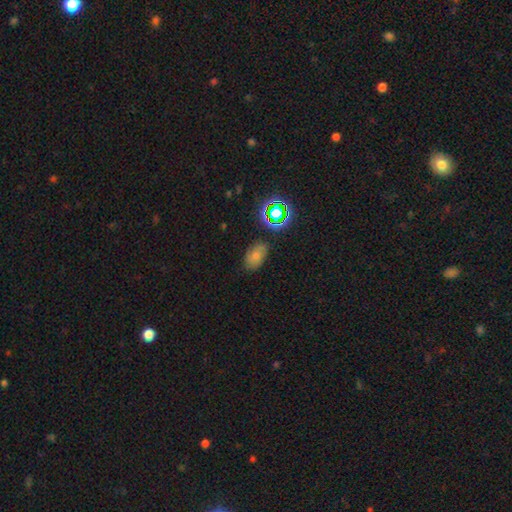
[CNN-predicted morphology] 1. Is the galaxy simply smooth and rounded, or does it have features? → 64% smooth, 20% star or artifact, 17% featured or disk.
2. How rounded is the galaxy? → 88% in between, 10% round, 2% cigar-shaped.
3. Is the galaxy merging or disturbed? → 74% none, 19% minor disturbance, 5% major disturbance, 3% merger.